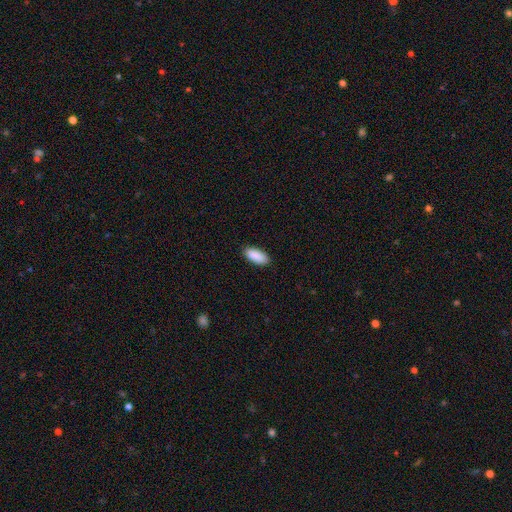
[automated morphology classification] This appears to be a smooth galaxy with no disk features (91%) that is in between round and cigar-shaped (88%). Merging: none (88%).